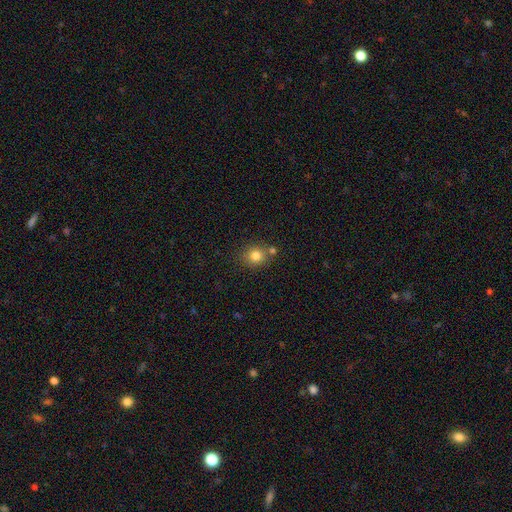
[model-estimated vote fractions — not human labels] smooth-or-featured: smooth: 81% | star or artifact: 12% | featured or disk: 8%
  how-rounded: round: 79% | in between: 21% | cigar-shaped: 1%
  merging: none: 72% | merger: 14% | minor disturbance: 11% | major disturbance: 3%